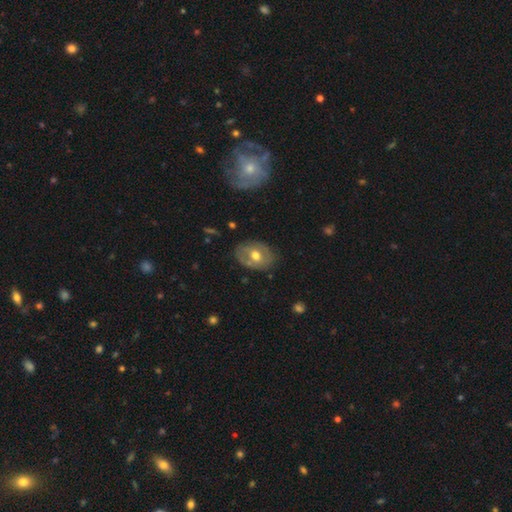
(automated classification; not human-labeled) Overall: featured or disk (48%; smooth 46%). Merging: none (75%).